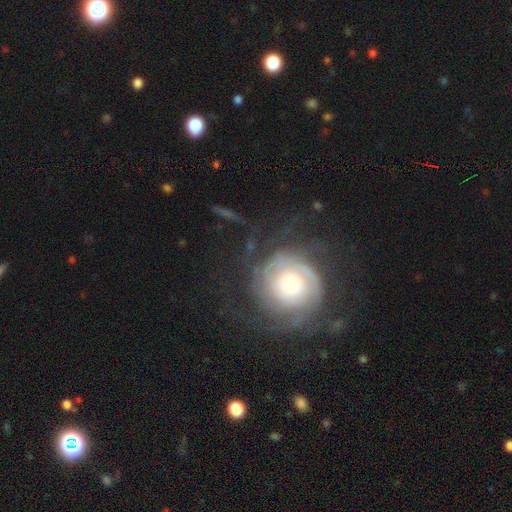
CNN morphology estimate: featured or disk 63%, smooth 22%, star or artifact 14%. Down the decision tree: edge-on disk — no (96%); bar — no (79%); spiral arms — yes (78%); bulge size — moderate (50%); merging — none (77%).